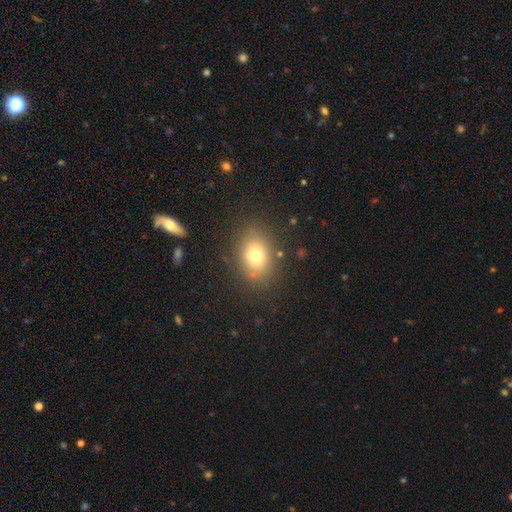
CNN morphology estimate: Smooth or featured: smooth — 73% (featured or disk — 14%)
How rounded: in between — 66% (round — 33%)
Merging: none — 82% (minor disturbance — 11%)